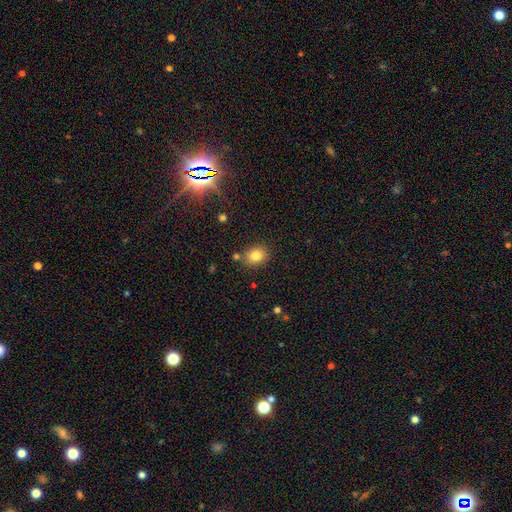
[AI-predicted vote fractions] Smooth or featured: smooth — 81% (star or artifact — 11%)
How rounded: round — 51% (in between — 48%)
Merging: none — 81% (minor disturbance — 10%)